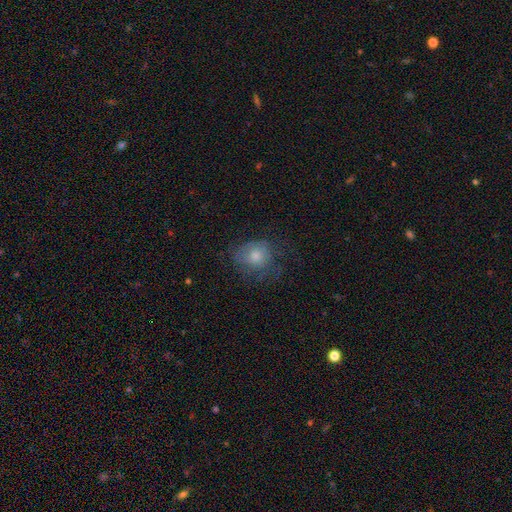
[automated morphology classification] Smooth or featured: smooth — 60% (featured or disk — 27%)
How rounded: round — 72% (in between — 27%)
Merging: none — 59% (minor disturbance — 23%)